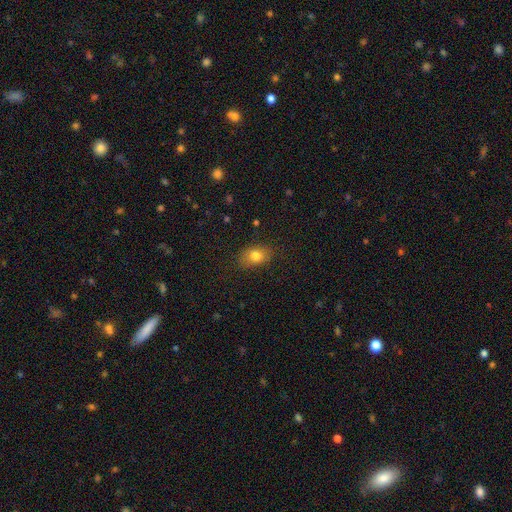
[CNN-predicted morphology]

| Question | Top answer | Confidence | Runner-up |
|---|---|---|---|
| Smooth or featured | smooth | 79% | featured or disk (11%) |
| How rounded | in between | 77% | round (21%) |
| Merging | none | 82% | minor disturbance (14%) |